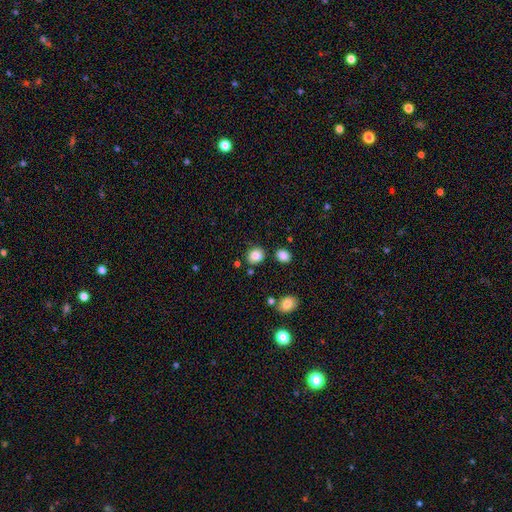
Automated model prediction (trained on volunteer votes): Smooth or featured: smooth — 85% (star or artifact — 10%)
How rounded: round — 62% (in between — 37%)
Merging: none — 77% (minor disturbance — 12%)